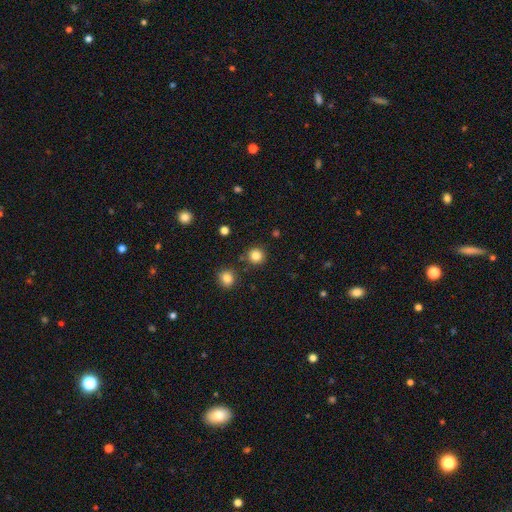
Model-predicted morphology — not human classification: The model was most divided on "smooth or featured": smooth: 84%, star or artifact: 12%, featured or disk: 4%. More confident: how rounded — round (94%); merging — none (88%).